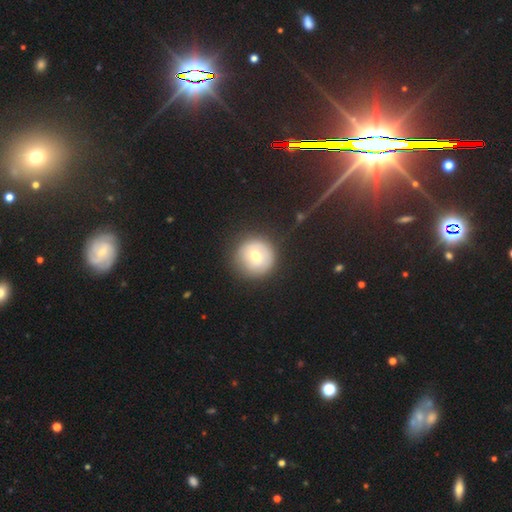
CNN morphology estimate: smooth-or-featured: smooth: 55% | featured or disk: 36% | star or artifact: 9%
  how-rounded: round: 93% | in between: 6% | cigar-shaped: 1%
  merging: none: 81% | minor disturbance: 12% | major disturbance: 5% | merger: 2%